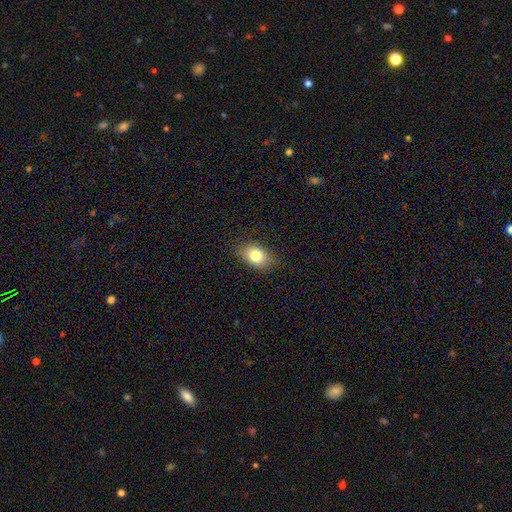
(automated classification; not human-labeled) Smooth or featured? smooth (80%)
How rounded? in between (82%)
Merging? none (84%)